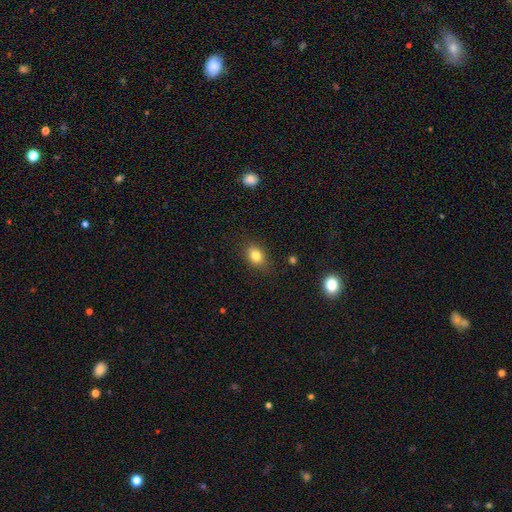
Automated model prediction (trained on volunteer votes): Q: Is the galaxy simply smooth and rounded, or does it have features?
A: smooth — 82%.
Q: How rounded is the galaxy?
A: in between — 70%.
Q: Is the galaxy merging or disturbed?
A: none — 84%.